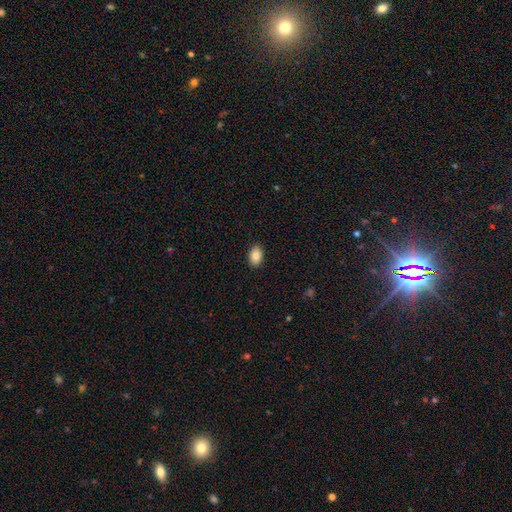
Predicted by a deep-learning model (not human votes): A smooth galaxy with no disk features (88%) that is in between round and cigar-shaped (88%). Merging: none (89%).